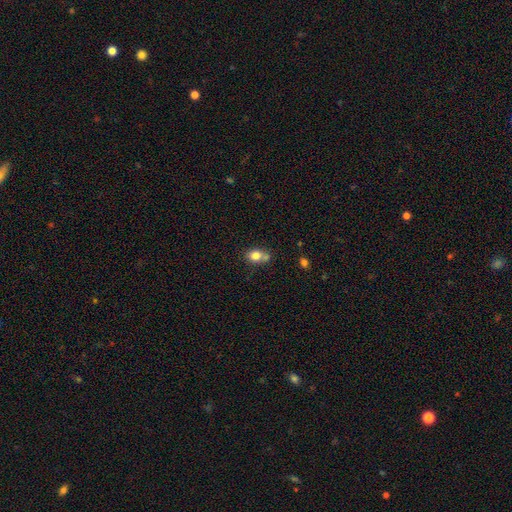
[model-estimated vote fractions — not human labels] A smooth galaxy with no disk features (79%) that is in between round and cigar-shaped (57%).

Vote fractions:
- Smooth or featured? smooth: 79% / featured or disk: 11% / star or artifact: 10%
- How rounded? in between: 57% / round: 42% / cigar-shaped: 1%
- Merging? none: 51% / merger: 29% / minor disturbance: 16% / major disturbance: 4%